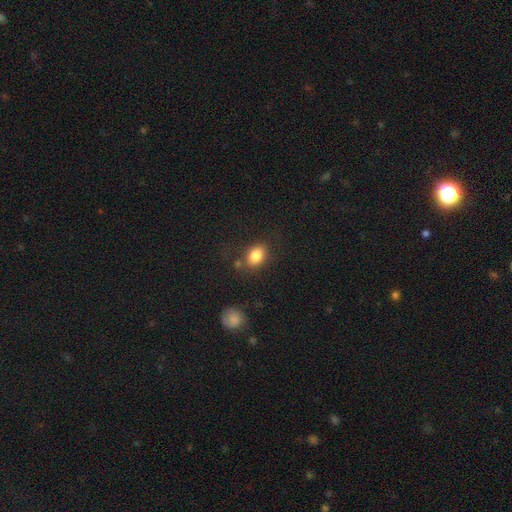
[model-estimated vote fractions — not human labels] Q: Smooth or featured?
A: smooth (83%); runner-up: star or artifact (9%)
Q: How rounded?
A: in between (75%); runner-up: round (24%)
Q: Merging?
A: none (73%); runner-up: minor disturbance (15%)